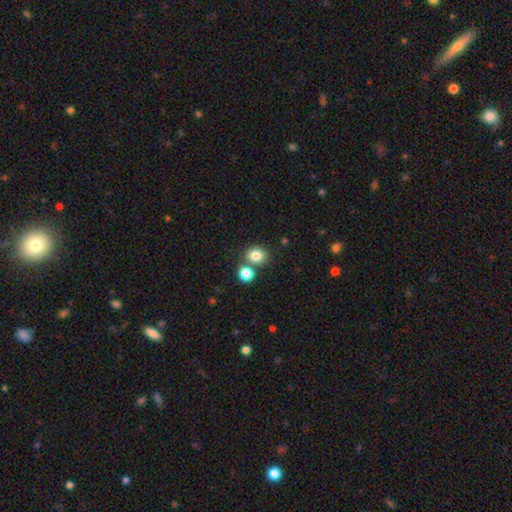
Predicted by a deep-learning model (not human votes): smooth_or_featured: smooth (p=0.82) [alt: star or artifact p=0.12]
how_rounded: round (p=0.71) [alt: in between p=0.29]
merging: none (p=0.65) [alt: merger p=0.24]